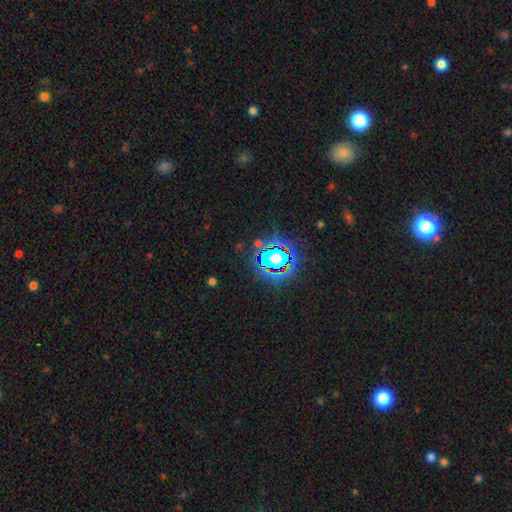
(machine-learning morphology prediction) smooth-or-featured: star or artifact: 76% | smooth: 15% | featured or disk: 9%